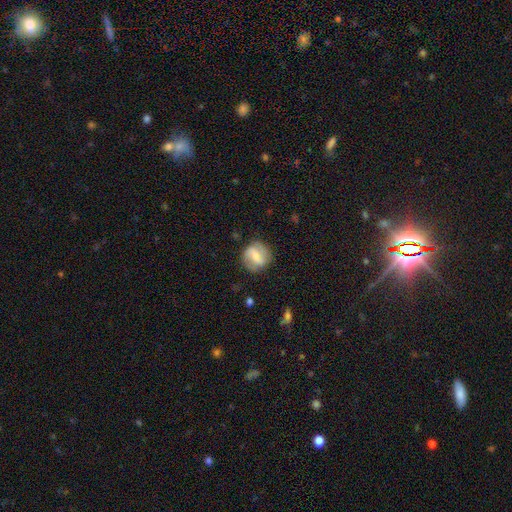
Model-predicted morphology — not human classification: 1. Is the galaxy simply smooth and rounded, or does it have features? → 54% featured or disk, 39% smooth, 7% star or artifact.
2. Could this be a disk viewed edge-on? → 96% no, 4% yes.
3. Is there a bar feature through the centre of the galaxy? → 44% weak, 36% strong, 20% no.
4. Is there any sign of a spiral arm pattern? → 77% yes, 23% no.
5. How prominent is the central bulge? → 45% small, 42% moderate, 7% none, 5% large, 1% dominant.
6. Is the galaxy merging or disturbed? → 77% none, 16% minor disturbance, 6% major disturbance, 2% merger.